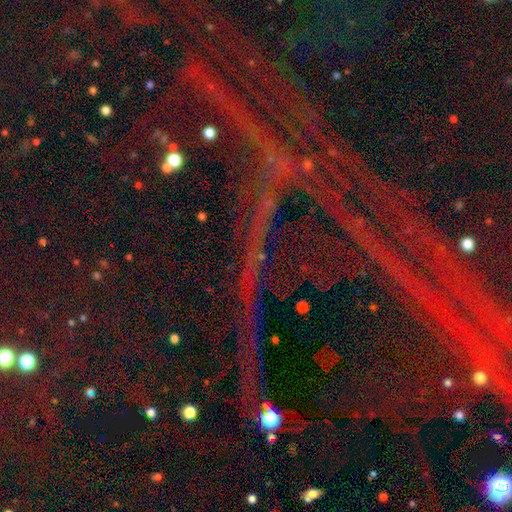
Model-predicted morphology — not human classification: Smooth or featured: star or artifact — 87% (featured or disk — 7%)